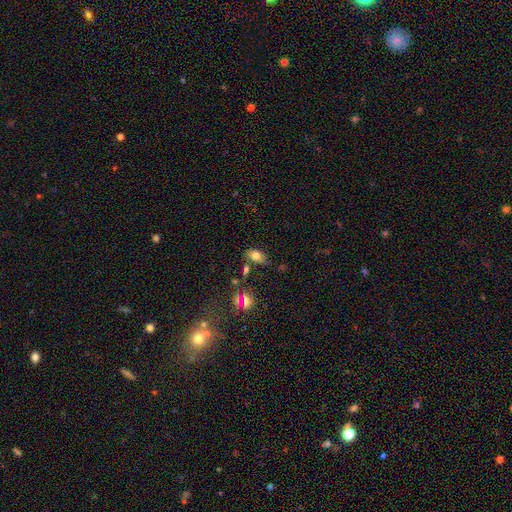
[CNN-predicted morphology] A smooth galaxy with no disk features (76%) that is in between round and cigar-shaped (88%).

Vote fractions:
- Smooth or featured? smooth: 76% / star or artifact: 13% / featured or disk: 11%
- How rounded? in between: 88% / round: 9% / cigar-shaped: 3%
- Merging? none: 66% / minor disturbance: 19% / merger: 9% / major disturbance: 5%